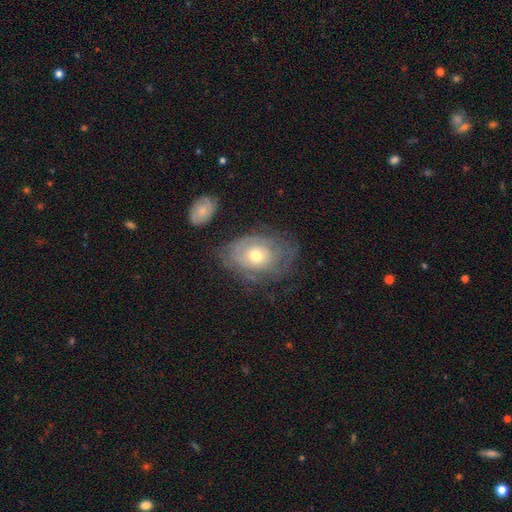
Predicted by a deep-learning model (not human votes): This appears to be a featured or disk galaxy (54%) with no bar (84%), spiral arms (53%) and a moderate central bulge (62%). Merging: none (54%).